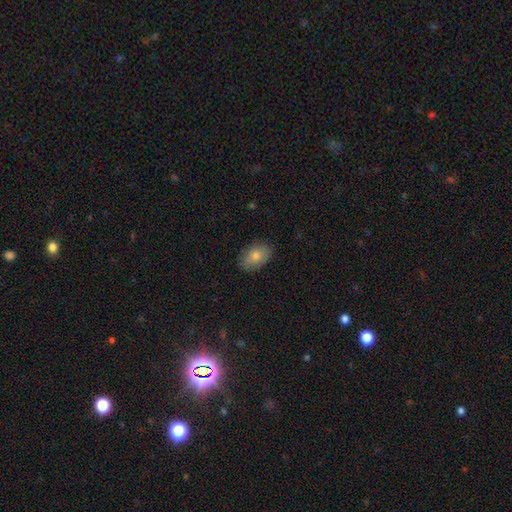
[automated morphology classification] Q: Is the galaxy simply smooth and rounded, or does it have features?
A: smooth — 74%.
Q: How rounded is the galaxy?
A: in between — 89%.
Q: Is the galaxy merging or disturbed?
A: none — 85%.